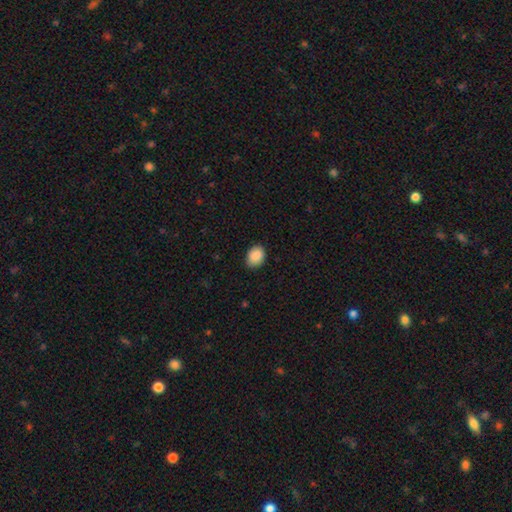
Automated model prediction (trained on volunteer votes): This appears to be a smooth galaxy with no disk features (89%) that is in between round and cigar-shaped (69%). Merging: none (83%).